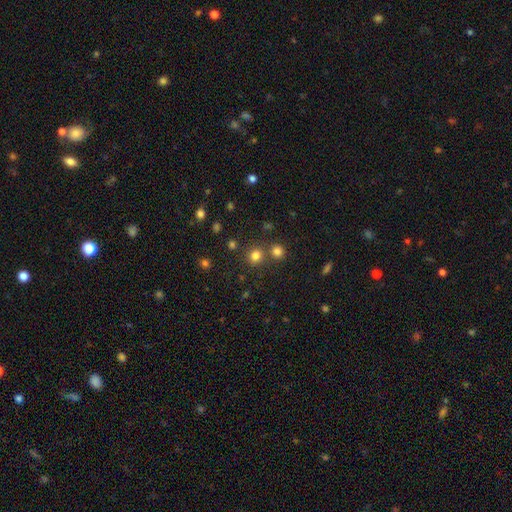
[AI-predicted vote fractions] Smooth or featured? smooth (78%)
How rounded? round (85%)
Merging? none (74%)